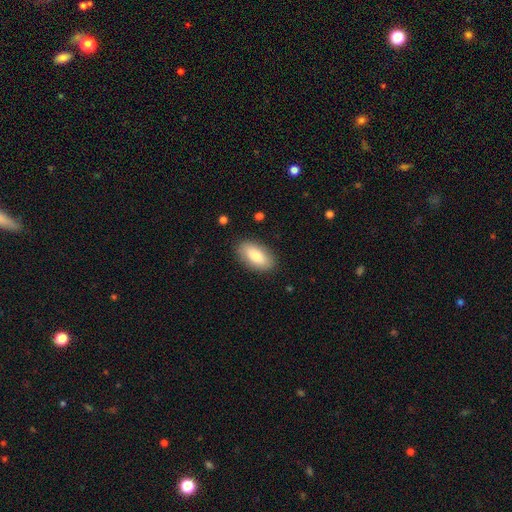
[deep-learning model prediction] Smooth or featured? smooth (78%)
How rounded? in between (91%)
Merging? none (87%)